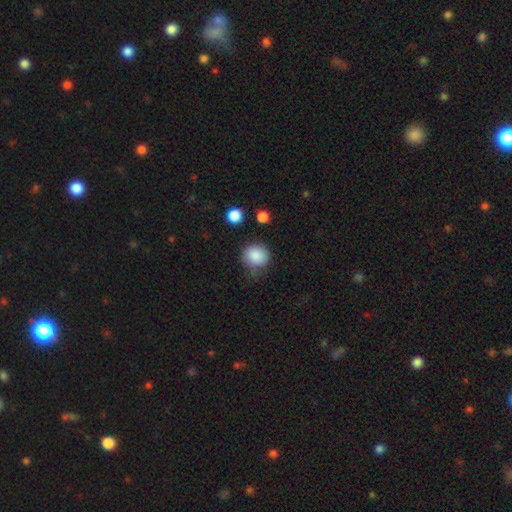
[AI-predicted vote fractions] The model was most divided on "merging": none: 70%, minor disturbance: 20%, major disturbance: 6%, merger: 3%. More confident: smooth or featured — smooth (87%); how rounded — round (81%).